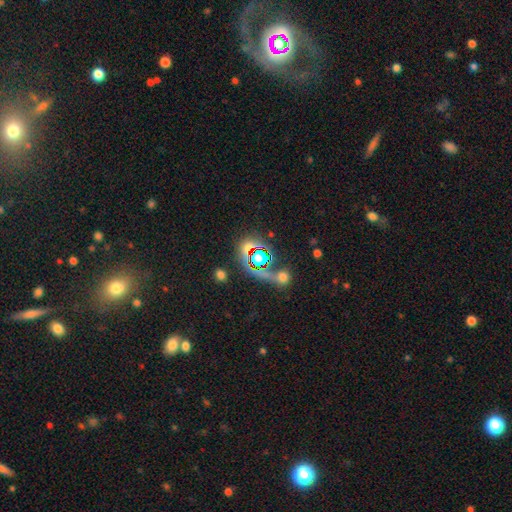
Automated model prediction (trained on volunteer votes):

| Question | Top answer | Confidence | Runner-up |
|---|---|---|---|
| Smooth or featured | star or artifact | 60% | smooth (29%) |